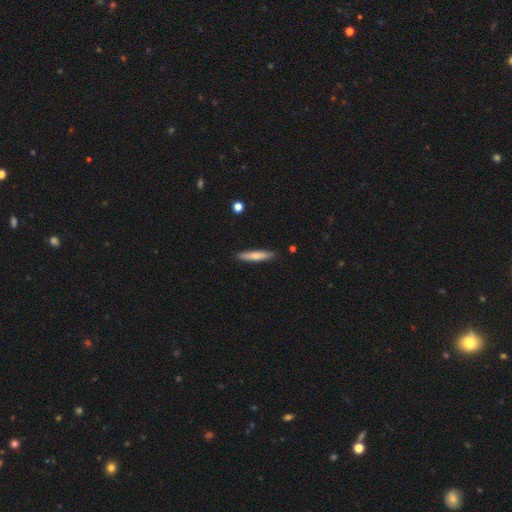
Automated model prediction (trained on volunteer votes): Q: Smooth or featured?
A: smooth (69%); runner-up: featured or disk (26%)
Q: How rounded?
A: cigar-shaped (89%); runner-up: in between (10%)
Q: Merging?
A: none (89%); runner-up: minor disturbance (8%)